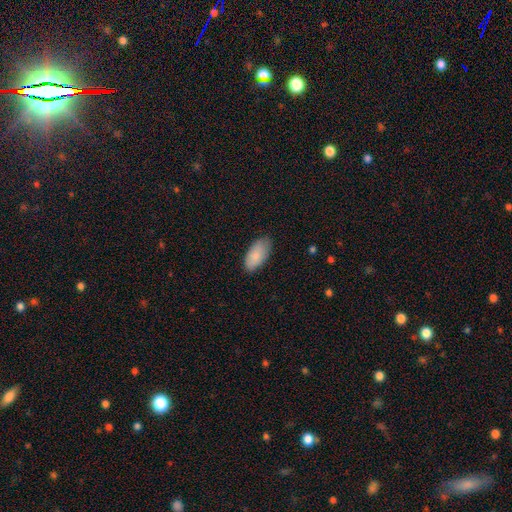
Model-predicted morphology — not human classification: smooth 85%, featured or disk 9%, star or artifact 6%. Down the decision tree: how rounded — in between (94%); merging — none (78%).